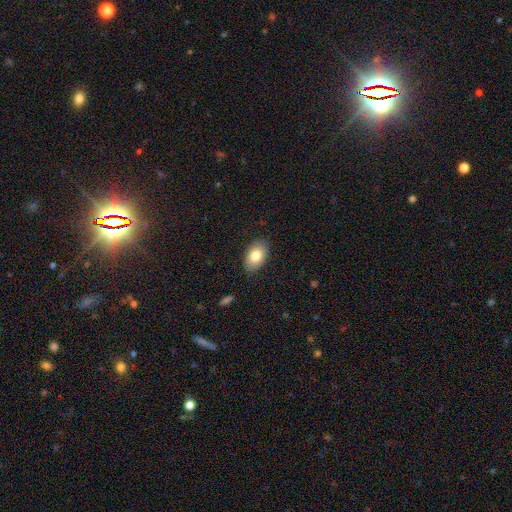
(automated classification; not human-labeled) A smooth galaxy with no disk features (81%) that is in between round and cigar-shaped (92%).

Vote fractions:
- Smooth or featured? smooth: 81% / featured or disk: 12% / star or artifact: 7%
- How rounded? in between: 92% / round: 7% / cigar-shaped: 1%
- Merging? none: 86% / minor disturbance: 11% / major disturbance: 2% / merger: 1%